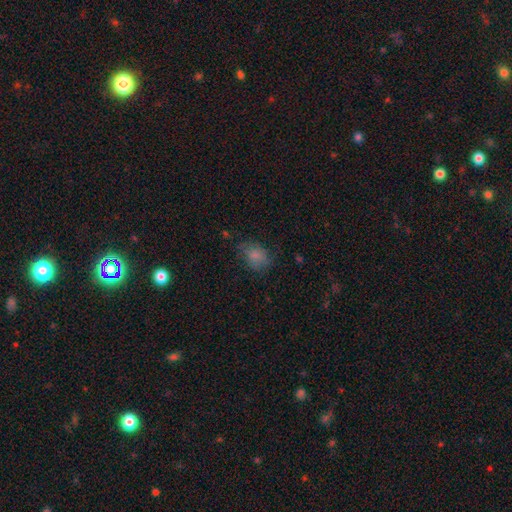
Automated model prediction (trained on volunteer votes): A smooth galaxy with no disk features (79%) that is in between round and cigar-shaped (62%). Merging: none (62%).